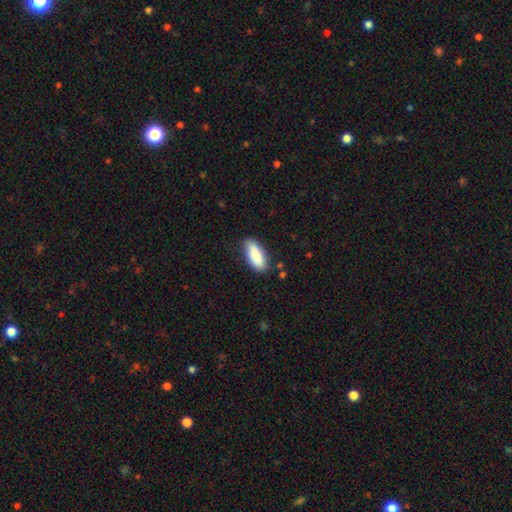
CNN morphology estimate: A smooth galaxy with no disk features (87%) that is in between round and cigar-shaped (79%). Merging: none (77%).